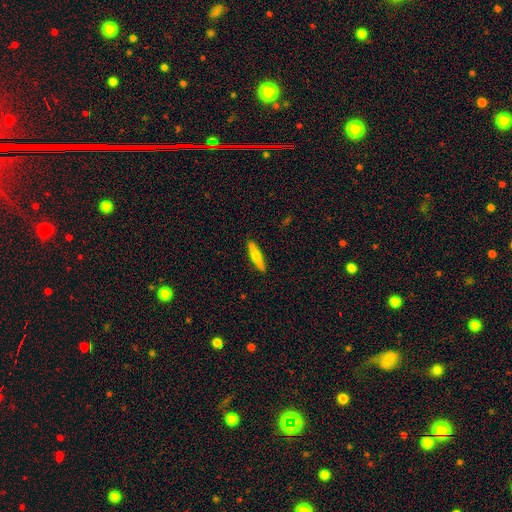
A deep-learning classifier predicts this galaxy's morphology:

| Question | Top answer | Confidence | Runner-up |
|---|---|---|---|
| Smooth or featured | smooth | 61% | featured or disk (33%) |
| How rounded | cigar-shaped | 81% | in between (17%) |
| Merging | none | 90% | minor disturbance (7%) |